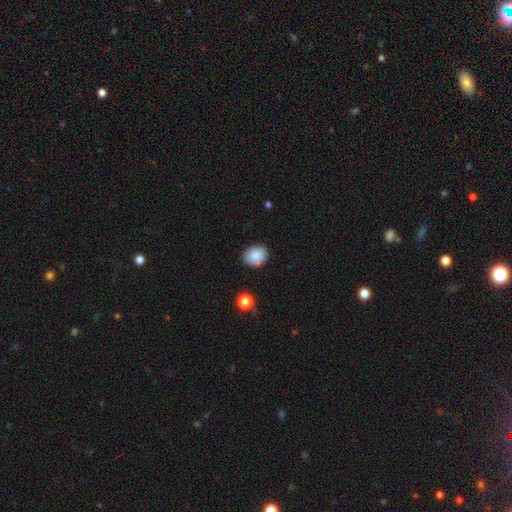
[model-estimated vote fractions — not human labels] The model was most divided on "how rounded": round: 50%, in between: 49%, cigar-shaped: 1%. More confident: smooth or featured — smooth (87%); merging — none (83%).